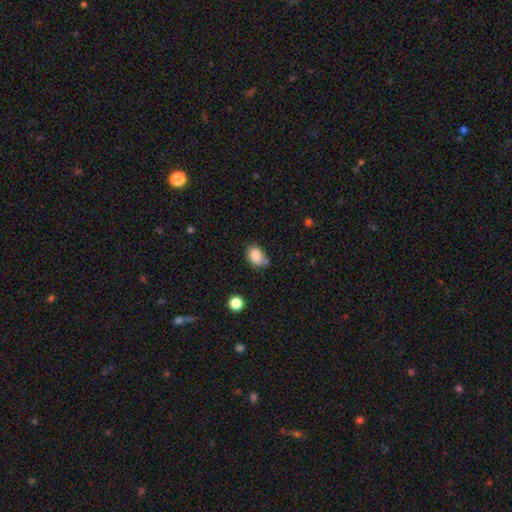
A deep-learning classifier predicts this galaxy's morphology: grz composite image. It shows a smooth galaxy with no disk features (84%) that is in between round and cigar-shaped (77%). Merging: none (60%).